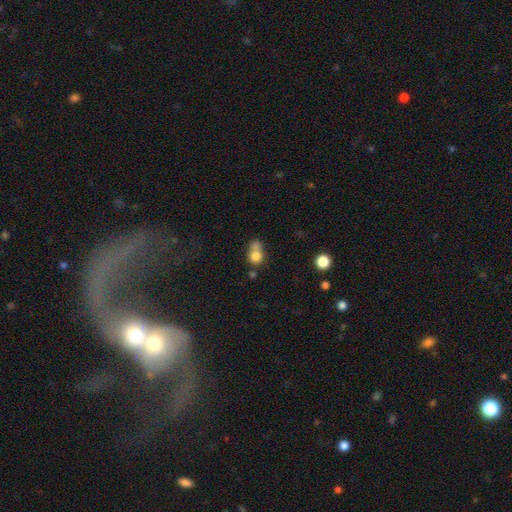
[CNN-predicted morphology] smooth-or-featured: smooth: 77% | featured or disk: 12% | star or artifact: 11%
  how-rounded: round: 73% | in between: 26% | cigar-shaped: 1%
  merging: merger: 49% | none: 31% | minor disturbance: 12% | major disturbance: 7%